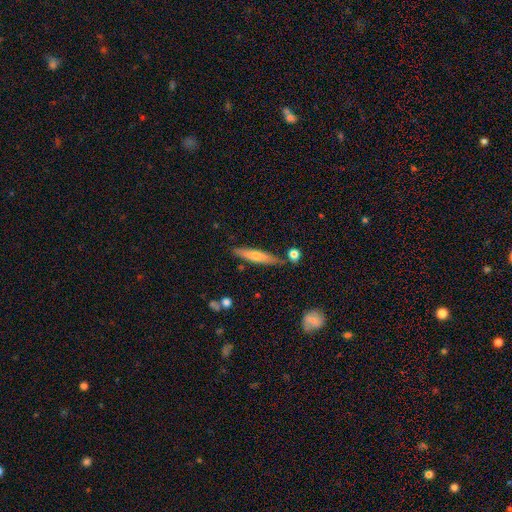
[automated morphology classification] A smooth galaxy with no disk features (61%) that is cigar-shaped (86%).

Vote fractions:
- Smooth or featured? smooth: 61% / featured or disk: 33% / star or artifact: 6%
- How rounded? cigar-shaped: 86% / in between: 12% / round: 2%
- Merging? none: 77% / minor disturbance: 13% / merger: 7% / major disturbance: 3%